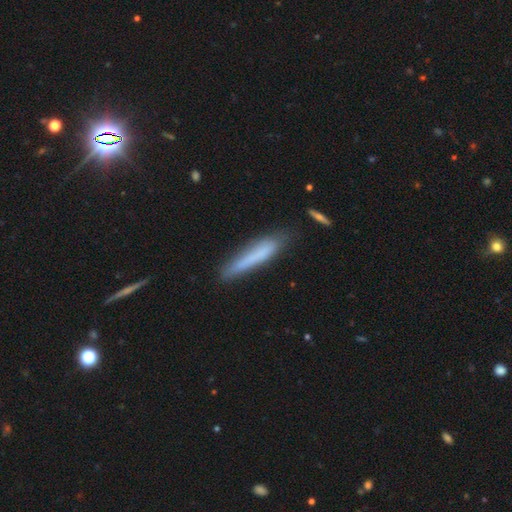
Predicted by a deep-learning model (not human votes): Smooth or featured?
  - smooth: 69% *
  - featured or disk: 23%
  - star or artifact: 8%
How rounded?
  - cigar-shaped: 92% *
  - in between: 7%
  - round: 1%
Merging?
  - none: 75% *
  - minor disturbance: 18%
  - major disturbance: 4%
  - merger: 3%